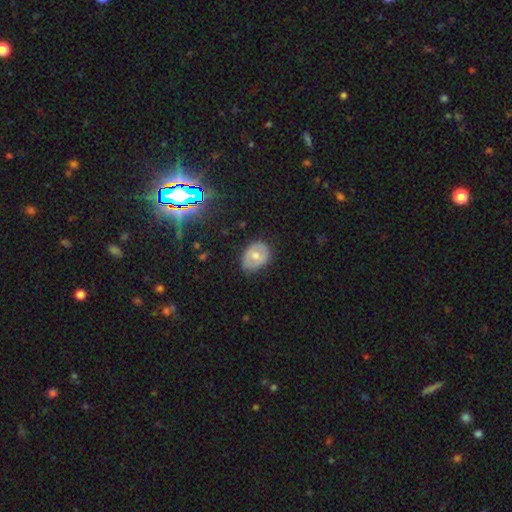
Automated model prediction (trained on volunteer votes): Q: Smooth or featured?
A: smooth (59%); runner-up: featured or disk (32%)
Q: How rounded?
A: in between (62%); runner-up: round (37%)
Q: Merging?
A: none (73%); runner-up: minor disturbance (21%)